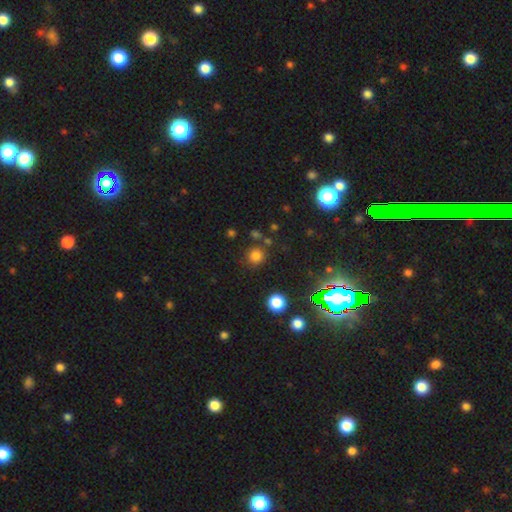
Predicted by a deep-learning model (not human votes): Smooth or featured?
  - smooth: 75% *
  - star or artifact: 19%
  - featured or disk: 5%
How rounded?
  - round: 93% *
  - in between: 6%
  - cigar-shaped: 1%
Merging?
  - none: 81% *
  - minor disturbance: 9%
  - merger: 6%
  - major disturbance: 4%